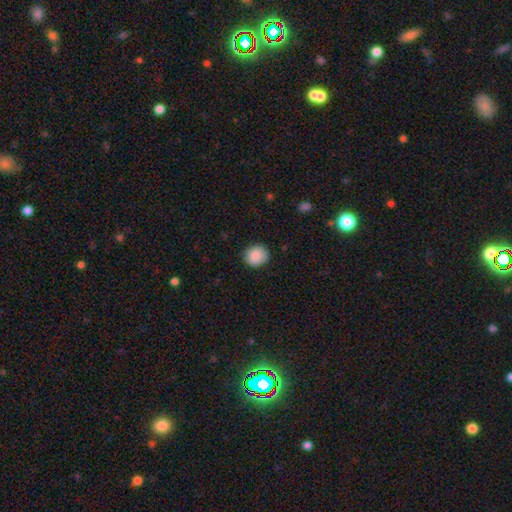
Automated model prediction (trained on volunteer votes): Smooth or featured?
  - smooth: 88% *
  - star or artifact: 8%
  - featured or disk: 4%
How rounded?
  - round: 79% *
  - in between: 21%
  - cigar-shaped: 1%
Merging?
  - none: 88% *
  - minor disturbance: 9%
  - major disturbance: 2%
  - merger: 1%